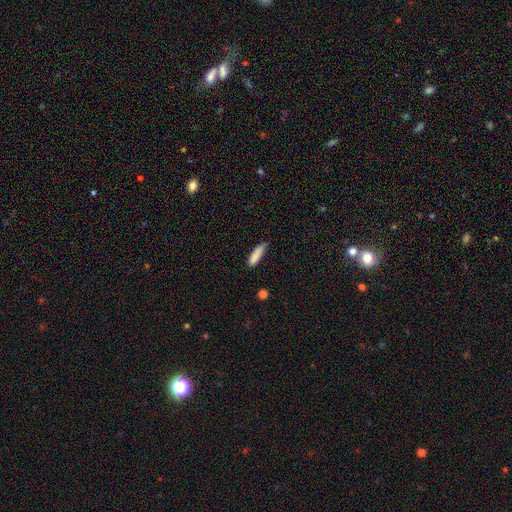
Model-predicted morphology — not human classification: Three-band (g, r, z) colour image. It shows a smooth galaxy with no disk features (85%) that is cigar-shaped (70%). Merging: none (60%).